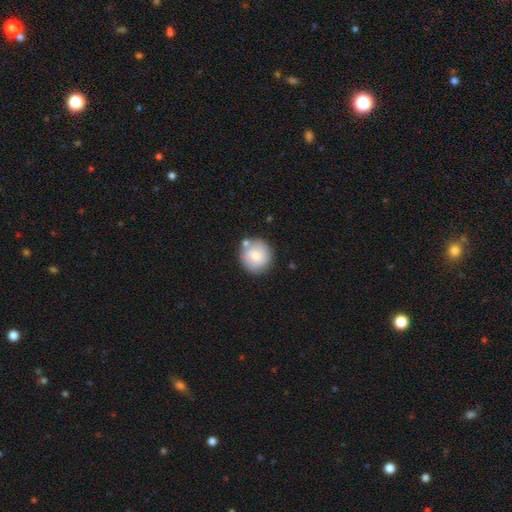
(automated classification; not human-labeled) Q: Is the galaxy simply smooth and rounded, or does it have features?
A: smooth — 77%.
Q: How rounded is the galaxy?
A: round — 91%.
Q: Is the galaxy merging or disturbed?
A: none — 74%.